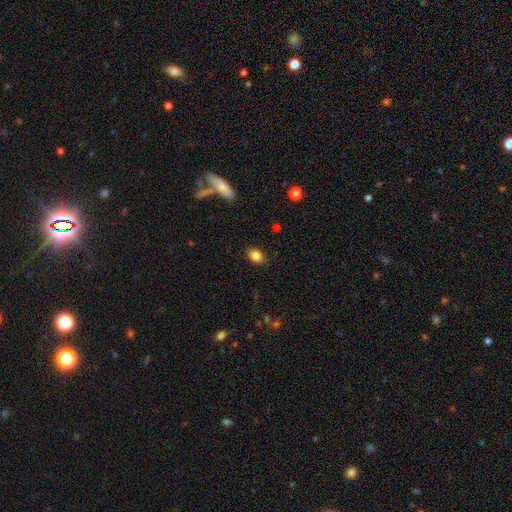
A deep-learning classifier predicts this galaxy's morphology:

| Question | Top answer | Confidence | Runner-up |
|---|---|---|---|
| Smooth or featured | smooth | 84% | star or artifact (9%) |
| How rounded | in between | 81% | round (17%) |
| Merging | none | 87% | minor disturbance (10%) |